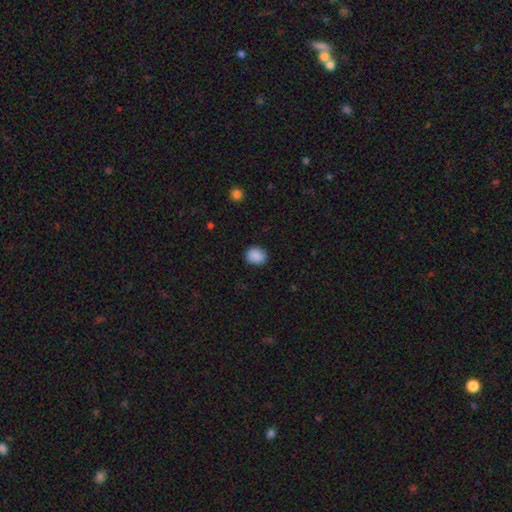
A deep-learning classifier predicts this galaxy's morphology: A smooth galaxy with no disk features (89%) that is round (59%).

Vote fractions:
- Smooth or featured? smooth: 89% / star or artifact: 8% / featured or disk: 3%
- How rounded? round: 59% / in between: 40% / cigar-shaped: 1%
- Merging? none: 86% / minor disturbance: 11% / major disturbance: 3% / merger: 1%